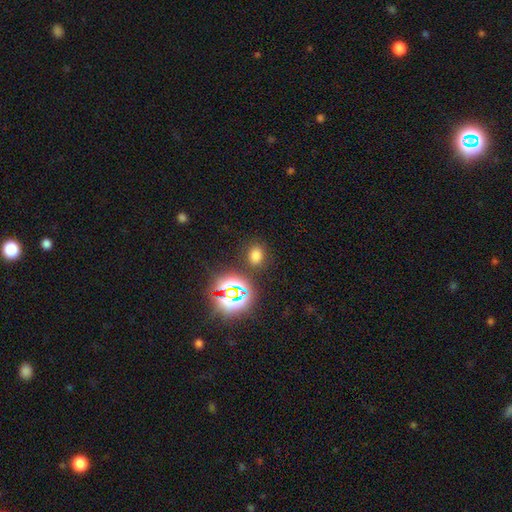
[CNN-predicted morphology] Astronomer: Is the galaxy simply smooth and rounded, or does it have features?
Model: smooth — 67%.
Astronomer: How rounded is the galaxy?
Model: in between — 55% (runner-up: round, 44%).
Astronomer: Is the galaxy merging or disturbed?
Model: none — 82%.